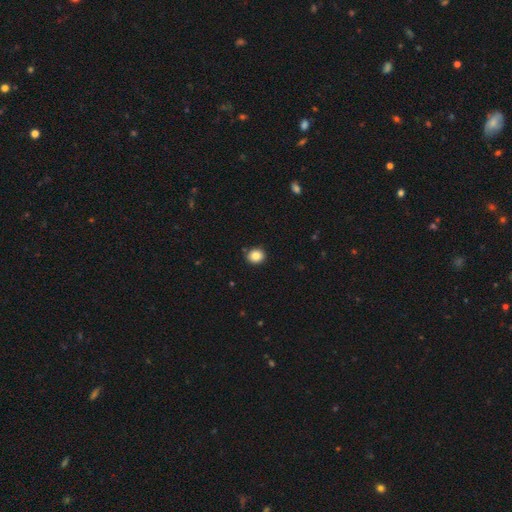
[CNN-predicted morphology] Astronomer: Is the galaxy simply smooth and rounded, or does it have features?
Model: smooth — 85%.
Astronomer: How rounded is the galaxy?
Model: round — 78%.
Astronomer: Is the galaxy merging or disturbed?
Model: none — 89%.